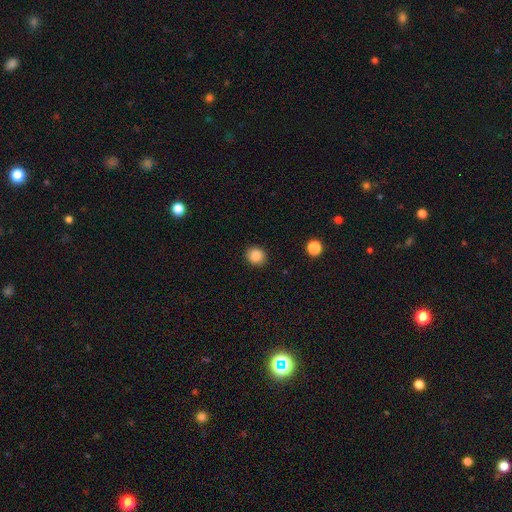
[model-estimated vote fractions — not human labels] Smooth or featured? smooth (86%)
How rounded? round (82%)
Merging? none (91%)